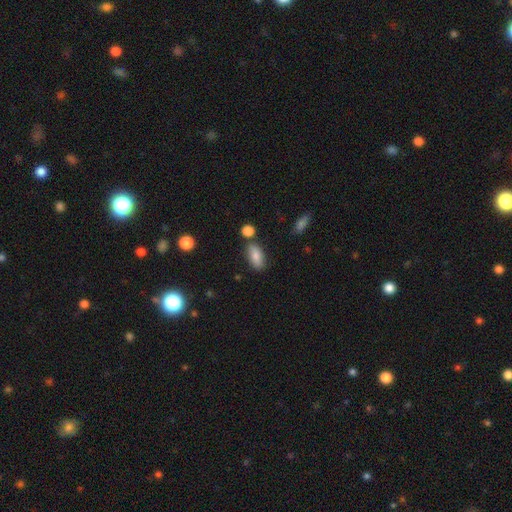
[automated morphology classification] A smooth galaxy with no disk features (82%) that is in between round and cigar-shaped (87%).

Vote fractions:
- Smooth or featured? smooth: 82% / featured or disk: 10% / star or artifact: 8%
- How rounded? in between: 87% / cigar-shaped: 9% / round: 4%
- Merging? none: 73% / minor disturbance: 14% / merger: 9% / major disturbance: 3%